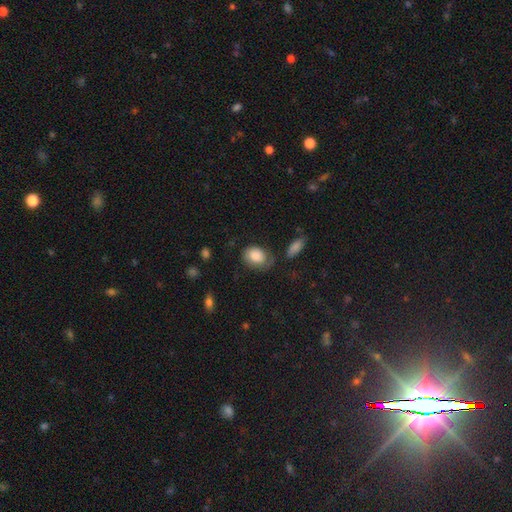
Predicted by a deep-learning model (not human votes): Overall: smooth (79%). How rounded: in between (69%; round 29%). Merging: none (50%; minor disturbance 29%).